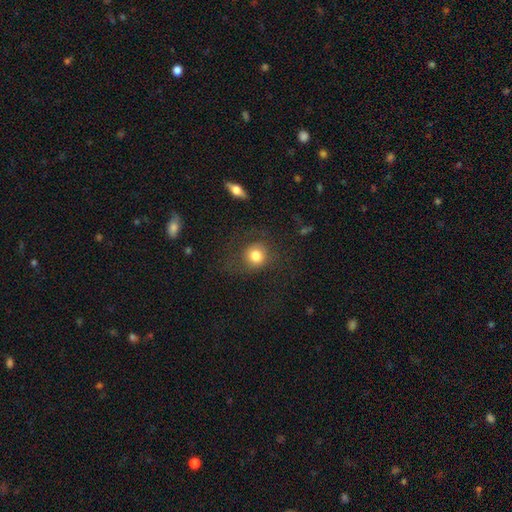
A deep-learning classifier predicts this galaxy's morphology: type=smooth (78%); roundness=round (84%); merging=none (69%).